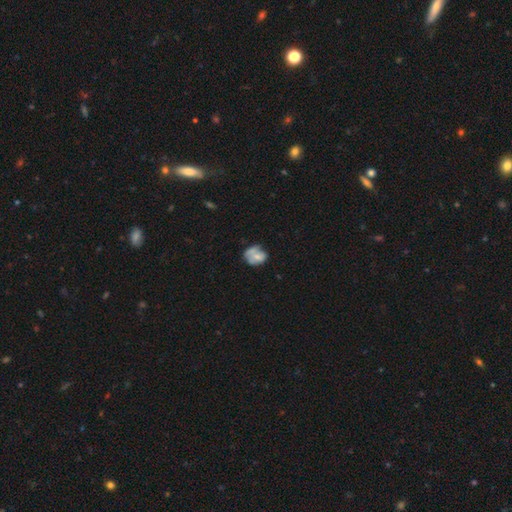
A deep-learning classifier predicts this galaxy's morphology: type=smooth (55%); roundness=round (52%); merging=none (39%).